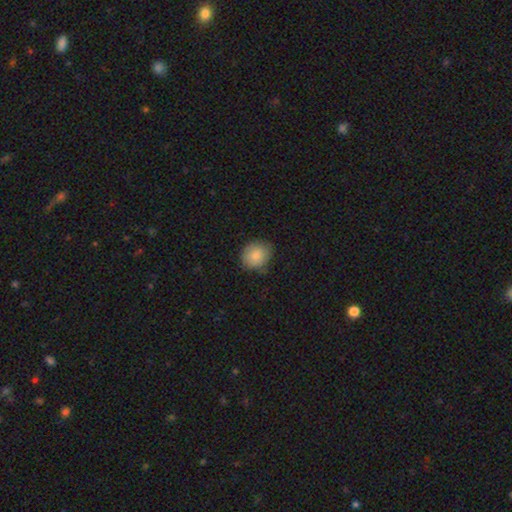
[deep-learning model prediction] Smooth or featured: smooth — 84% (featured or disk — 8%)
How rounded: round — 69% (in between — 30%)
Merging: none — 74% (minor disturbance — 21%)